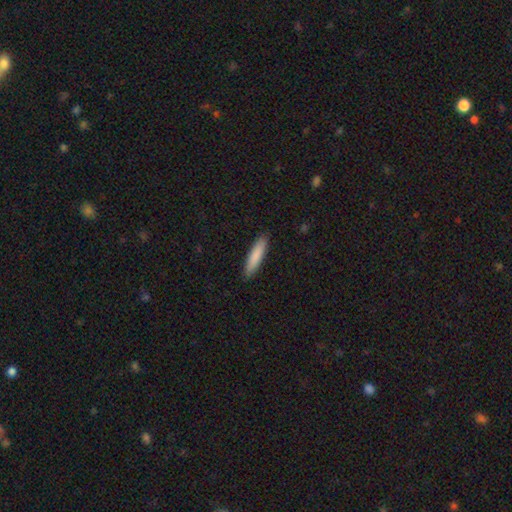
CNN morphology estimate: type=smooth (85%); roundness=cigar-shaped (83%); merging=none (90%).